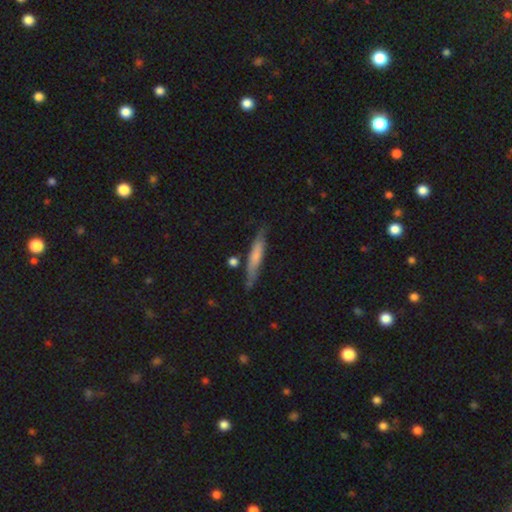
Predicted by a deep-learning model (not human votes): Smooth or featured?
  - smooth: 64% *
  - featured or disk: 30%
  - star or artifact: 6%
How rounded?
  - cigar-shaped: 89% *
  - in between: 9%
  - round: 2%
Merging?
  - none: 74% *
  - minor disturbance: 18%
  - merger: 5%
  - major disturbance: 4%